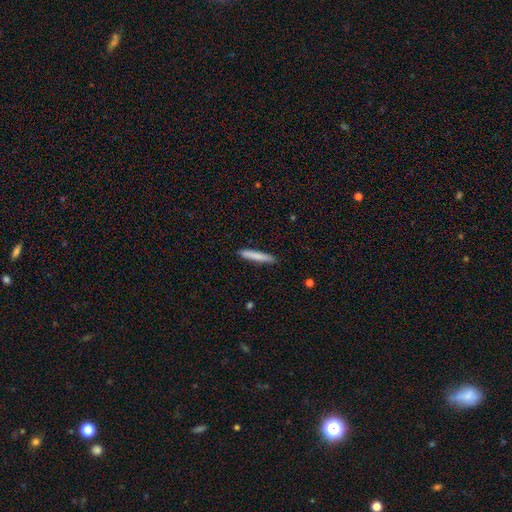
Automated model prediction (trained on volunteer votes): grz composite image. It shows a smooth galaxy with no disk features (80%) that is cigar-shaped (94%). Merging: none (89%).